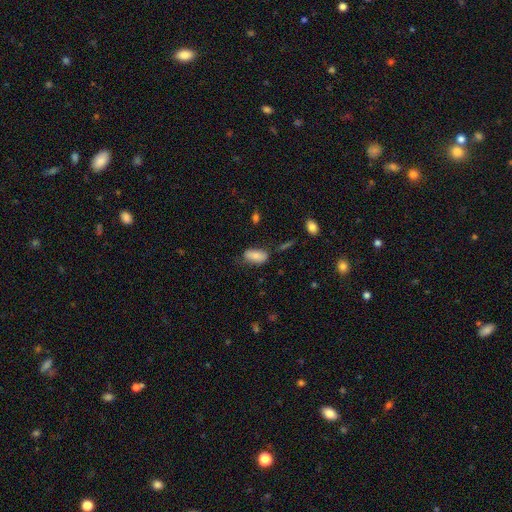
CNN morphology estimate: smooth_or_featured: smooth (p=0.84) [alt: featured or disk p=0.08]
how_rounded: in between (p=0.90) [alt: cigar-shaped p=0.07]
merging: none (p=0.65) [alt: minor disturbance p=0.25]